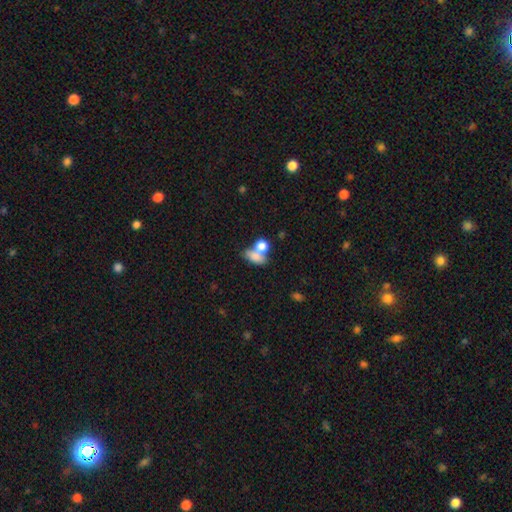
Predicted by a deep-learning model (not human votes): Overall: smooth (76%). How rounded: in between (74%). Merging: merger (52%; none 30%).